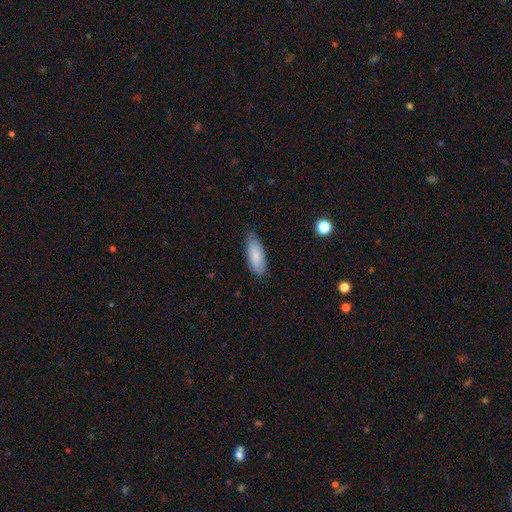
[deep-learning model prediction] Smooth or featured?
  - smooth: 84% *
  - featured or disk: 10%
  - star or artifact: 6%
How rounded?
  - in between: 78% *
  - cigar-shaped: 20%
  - round: 2%
Merging?
  - none: 78% *
  - minor disturbance: 18%
  - major disturbance: 3%
  - merger: 1%